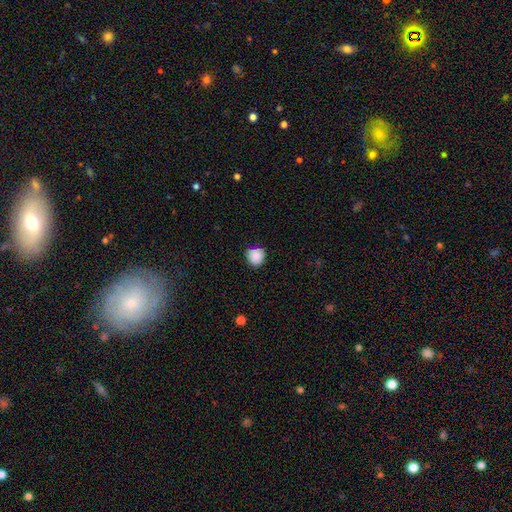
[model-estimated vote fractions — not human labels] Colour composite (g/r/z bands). It shows a smooth galaxy with no disk features (87%) that is round (86%). Merging: none (78%).